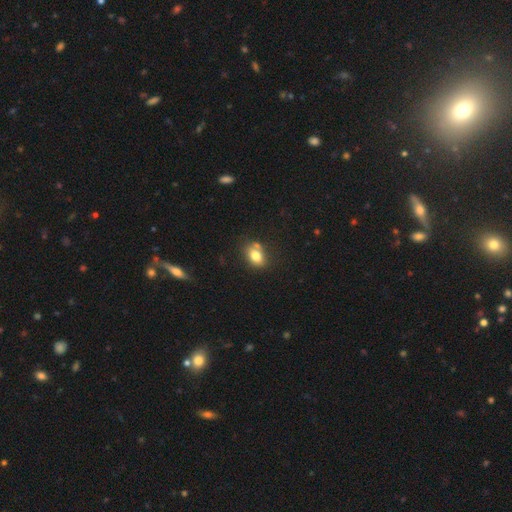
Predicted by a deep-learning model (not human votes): Smooth or featured? smooth (78%)
How rounded? in between (78%)
Merging? none (64%)